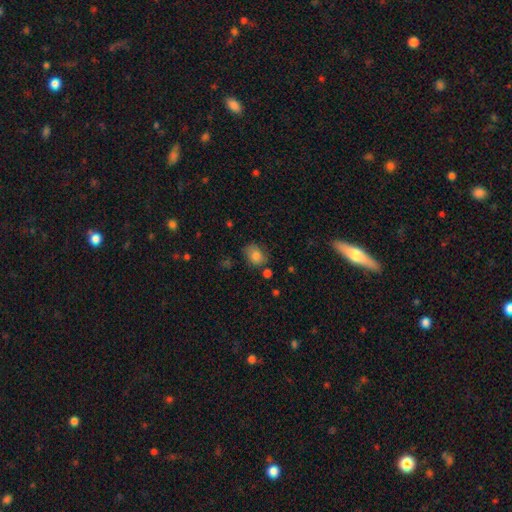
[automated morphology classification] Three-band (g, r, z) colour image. It shows a smooth galaxy with no disk features (80%) that is in between round and cigar-shaped (59%). Merging: none (61%).